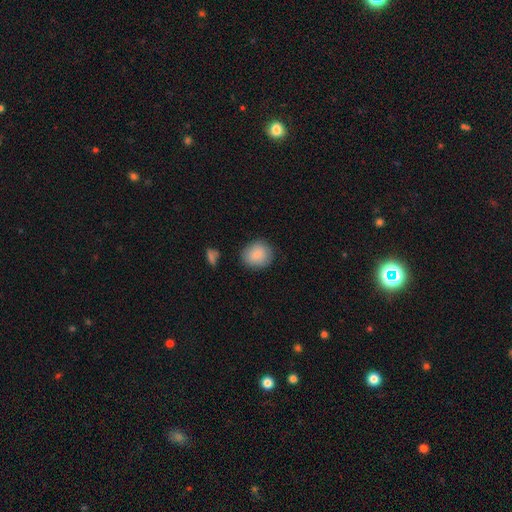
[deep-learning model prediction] This is clearly a smooth galaxy (87%). How rounded: likely round (72%). Merging: clearly none (82%).